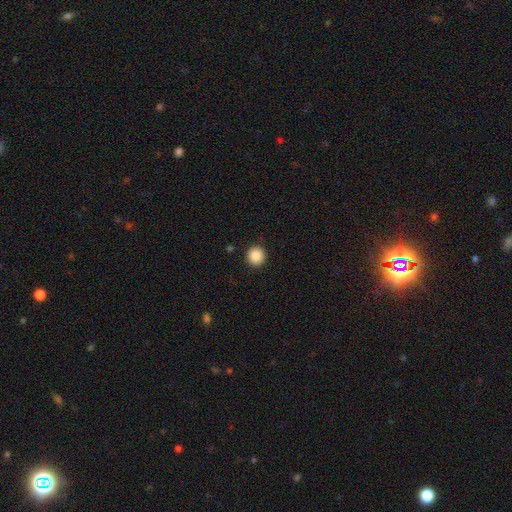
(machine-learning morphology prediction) Overall: smooth (88%). How rounded: round (93%). Merging: none (92%).